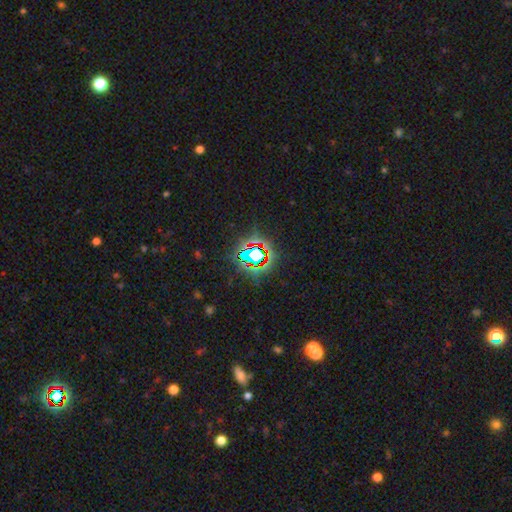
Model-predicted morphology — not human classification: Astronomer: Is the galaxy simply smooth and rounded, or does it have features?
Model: star or artifact — 75%.